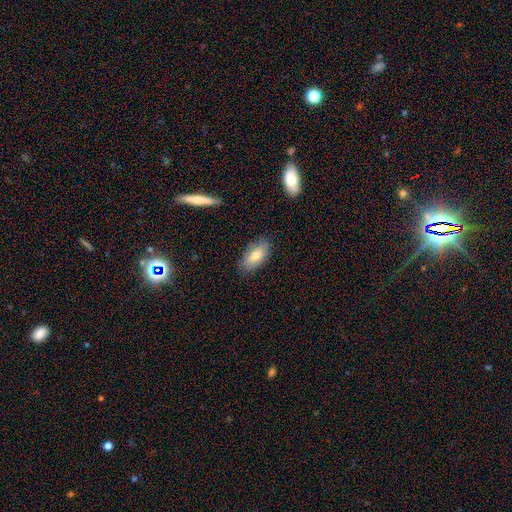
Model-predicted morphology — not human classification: A smooth galaxy with no disk features (74%) that is in between round and cigar-shaped (89%). Merging: none (82%).